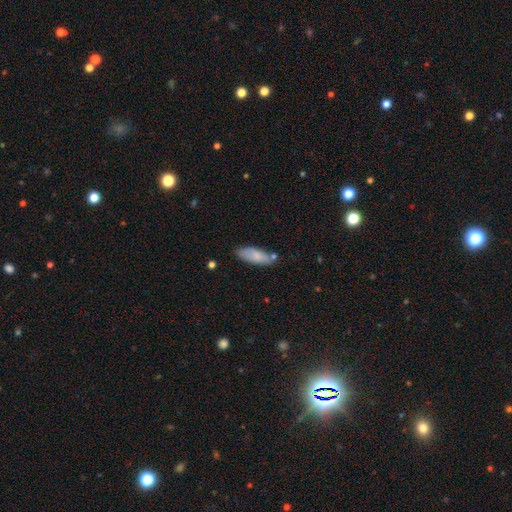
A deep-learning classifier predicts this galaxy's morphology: smooth_or_featured: smooth (p=0.78) [alt: featured or disk p=0.16]
how_rounded: in between (p=0.69) [alt: cigar-shaped p=0.29]
merging: none (p=0.67) [alt: minor disturbance p=0.20]